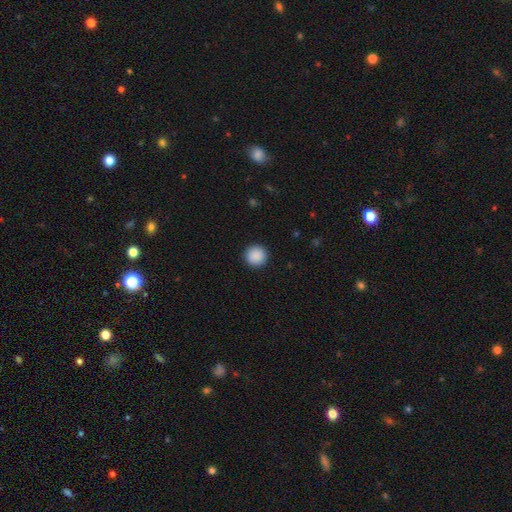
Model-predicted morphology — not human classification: smooth_or_featured: smooth (p=0.90) [alt: star or artifact p=0.08]
how_rounded: round (p=0.96) [alt: in between p=0.03]
merging: none (p=0.93) [alt: minor disturbance p=0.05]